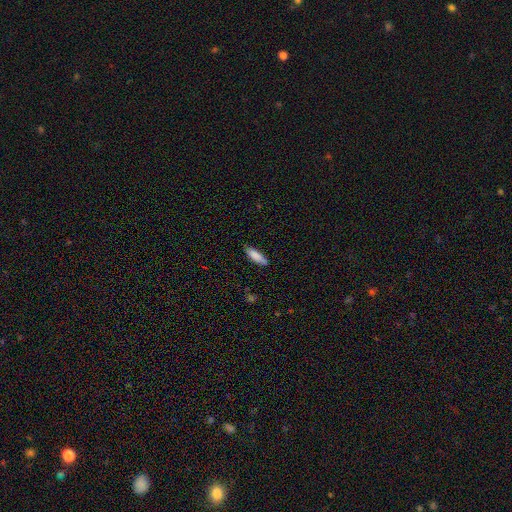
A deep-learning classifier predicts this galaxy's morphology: smooth-or-featured: smooth: 86% | featured or disk: 8% | star or artifact: 6%
  how-rounded: cigar-shaped: 56% | in between: 43% | round: 2%
  merging: none: 80% | minor disturbance: 16% | major disturbance: 2% | merger: 1%